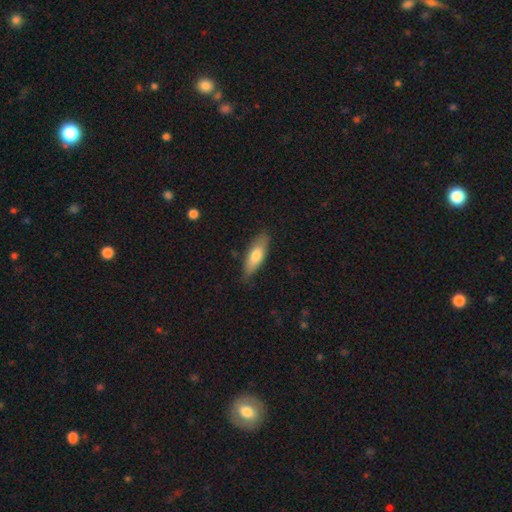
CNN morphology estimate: This is likely a smooth galaxy (74%). How rounded: likely in between (61%). Merging: likely none (77%).